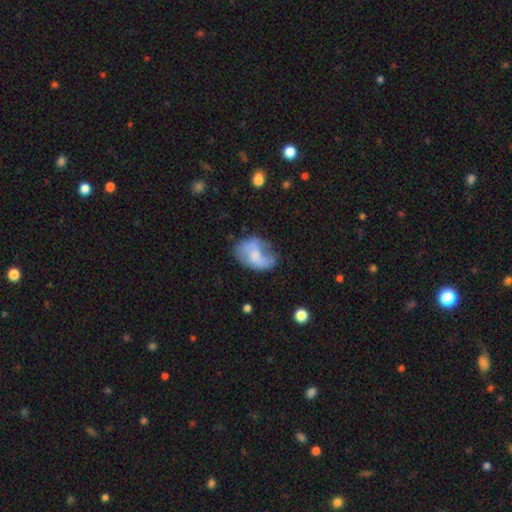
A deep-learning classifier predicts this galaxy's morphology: Q: Smooth or featured?
A: featured or disk (51%); runner-up: smooth (41%)
Q: Edge-on disk?
A: no (97%); runner-up: yes (3%)
Q: Merging?
A: none (46%); runner-up: minor disturbance (30%)